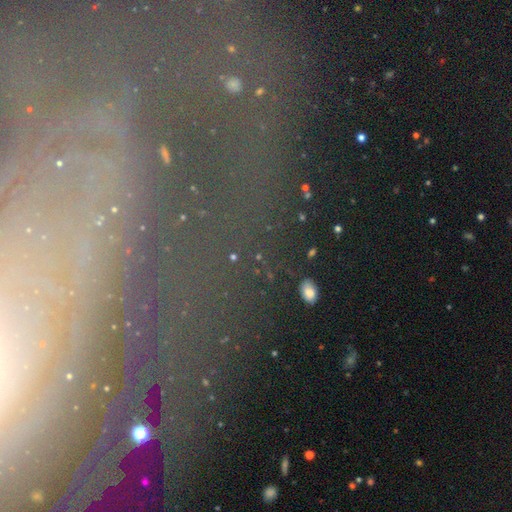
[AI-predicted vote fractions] Morphology: type=star or artifact (52%).